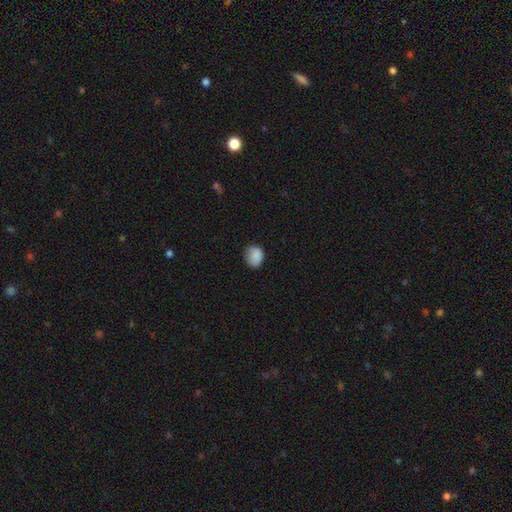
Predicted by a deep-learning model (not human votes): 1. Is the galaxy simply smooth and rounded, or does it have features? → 86% smooth, 8% star or artifact, 5% featured or disk.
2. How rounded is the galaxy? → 55% round, 45% in between, 1% cigar-shaped.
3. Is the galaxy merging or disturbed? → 70% none, 24% minor disturbance, 5% major disturbance, 1% merger.